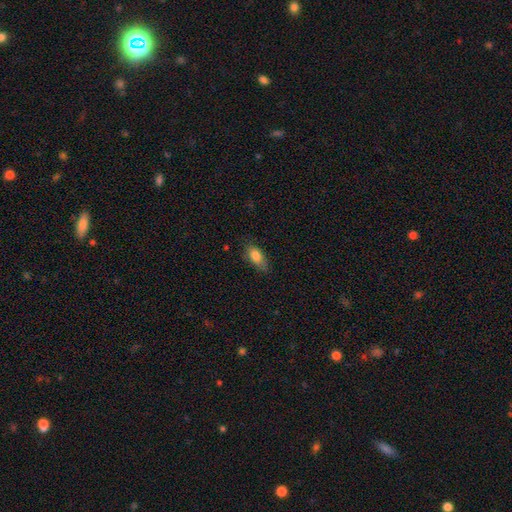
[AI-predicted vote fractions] Morphology: type=smooth (81%); roundness=in between (84%); merging=none (72%).